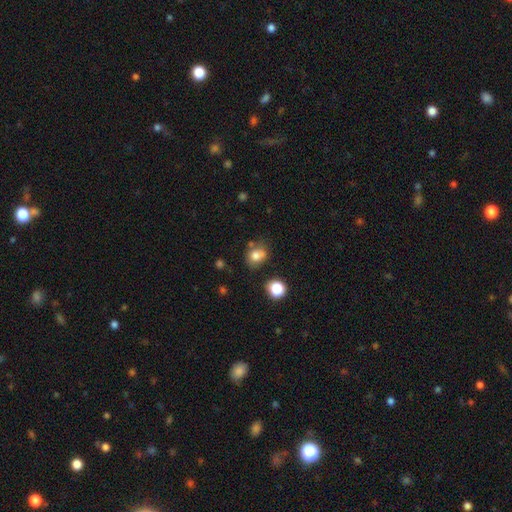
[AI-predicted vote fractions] This appears to be a smooth galaxy with no disk features (77%) that is round (55%). Merging: none (57%).